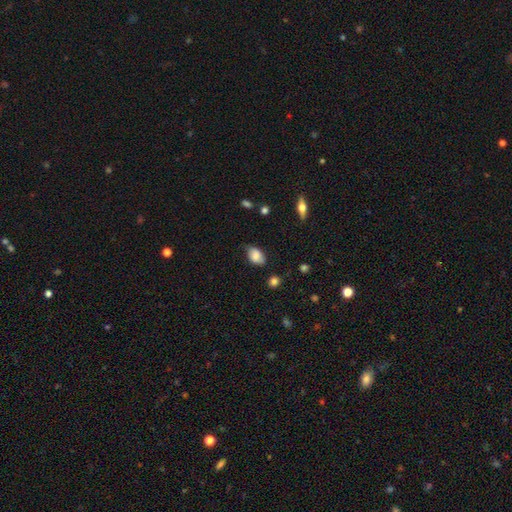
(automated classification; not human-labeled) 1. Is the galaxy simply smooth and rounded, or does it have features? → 76% smooth, 16% featured or disk, 8% star or artifact.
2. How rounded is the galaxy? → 87% in between, 12% round, 1% cigar-shaped.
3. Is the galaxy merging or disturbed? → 68% none, 26% minor disturbance, 5% major disturbance, 2% merger.